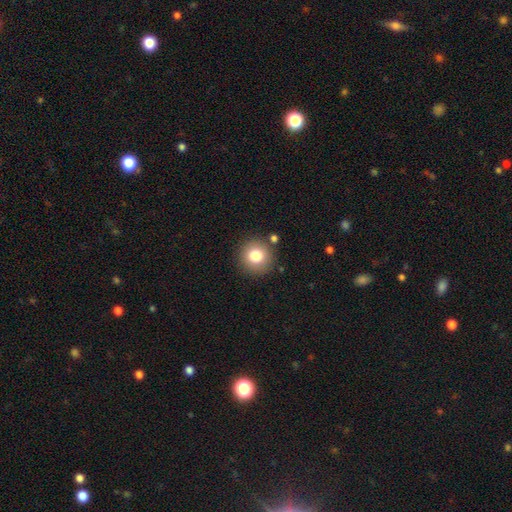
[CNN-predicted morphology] Q: Smooth or featured?
A: smooth (80%); runner-up: star or artifact (11%)
Q: How rounded?
A: round (93%); runner-up: in between (6%)
Q: Merging?
A: none (85%); runner-up: minor disturbance (8%)